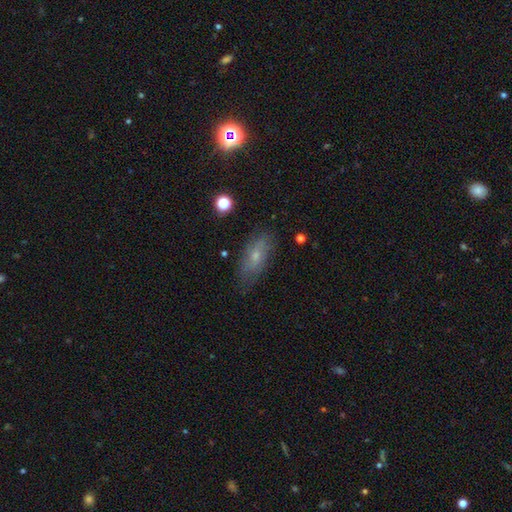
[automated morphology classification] Smooth or featured: smooth — 54% (featured or disk — 36%)
How rounded: in between — 78% (cigar-shaped — 18%)
Merging: none — 72% (minor disturbance — 20%)